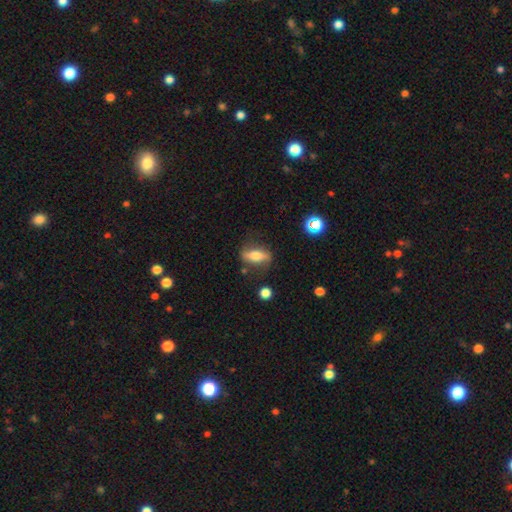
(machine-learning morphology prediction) Smooth or featured? Predicted: smooth (p=0.55). How rounded? Predicted: in between (p=0.59). Merging? Predicted: none (p=0.74).